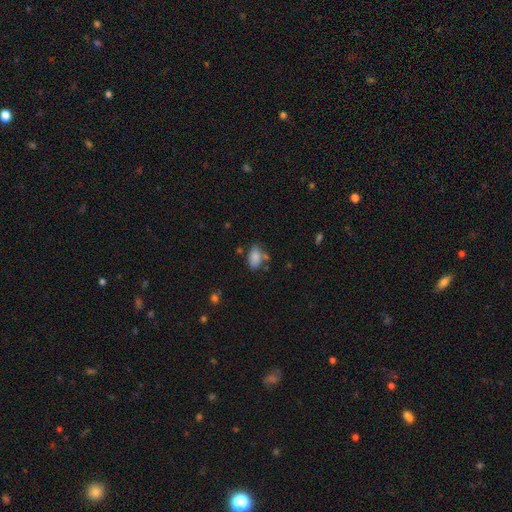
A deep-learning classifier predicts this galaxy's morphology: The model was most divided on "merging": none: 58%, minor disturbance: 22%, merger: 13%, major disturbance: 7%. More confident: how rounded — in between (91%); smooth or featured — smooth (83%).